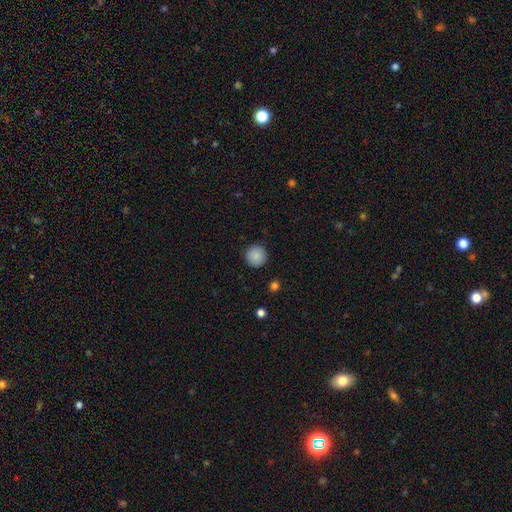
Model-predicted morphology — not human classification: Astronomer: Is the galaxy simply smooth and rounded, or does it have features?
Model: smooth — 88%.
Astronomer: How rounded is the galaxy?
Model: round — 96%.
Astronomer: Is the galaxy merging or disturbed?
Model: none — 92%.